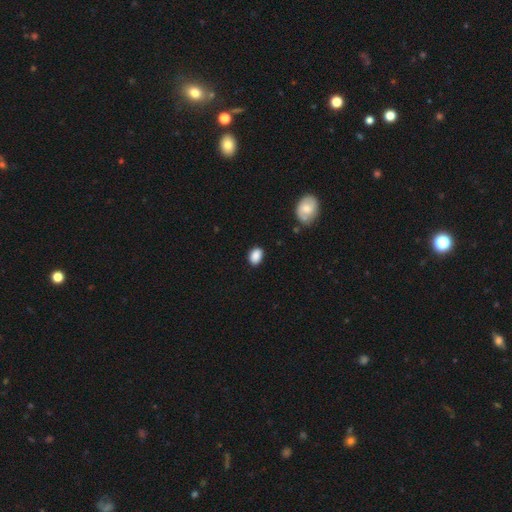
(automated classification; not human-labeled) Smooth or featured?
  - smooth: 88% *
  - star or artifact: 8%
  - featured or disk: 4%
How rounded?
  - in between: 80% *
  - round: 19%
  - cigar-shaped: 1%
Merging?
  - none: 83% *
  - minor disturbance: 13%
  - major disturbance: 2%
  - merger: 1%